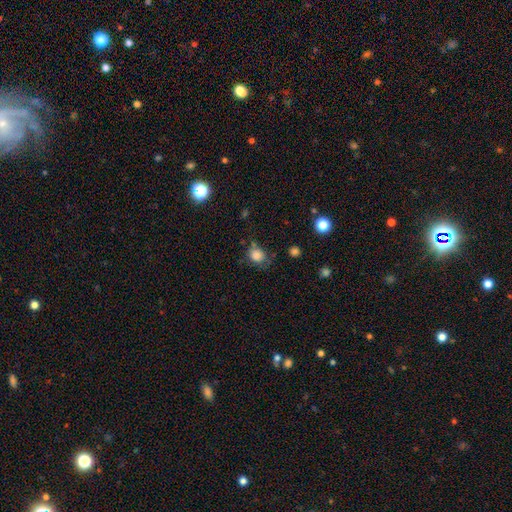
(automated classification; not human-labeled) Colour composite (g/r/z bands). It shows a smooth galaxy with no disk features (82%) that is round (70%). Merging: none (62%).